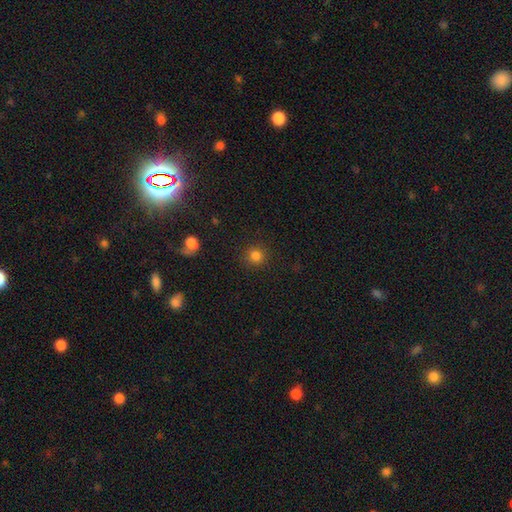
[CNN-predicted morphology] A smooth galaxy with no disk features (82%) that is round (91%).

Vote fractions:
- Smooth or featured? smooth: 82% / star or artifact: 13% / featured or disk: 4%
- How rounded? round: 91% / in between: 8% / cigar-shaped: 1%
- Merging? none: 88% / minor disturbance: 7% / major disturbance: 3% / merger: 2%